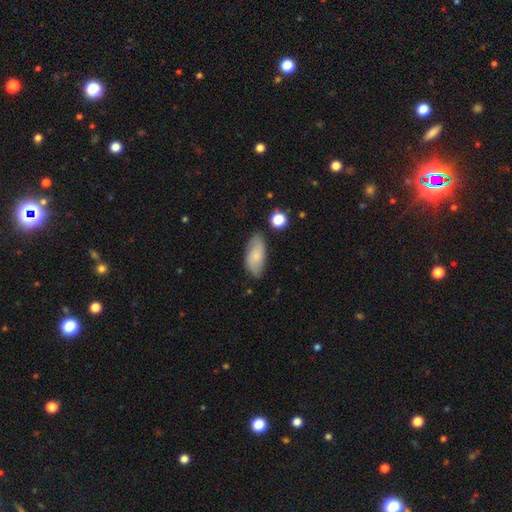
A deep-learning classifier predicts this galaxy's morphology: type=smooth (61%); roundness=in between (87%); merging=none (76%).